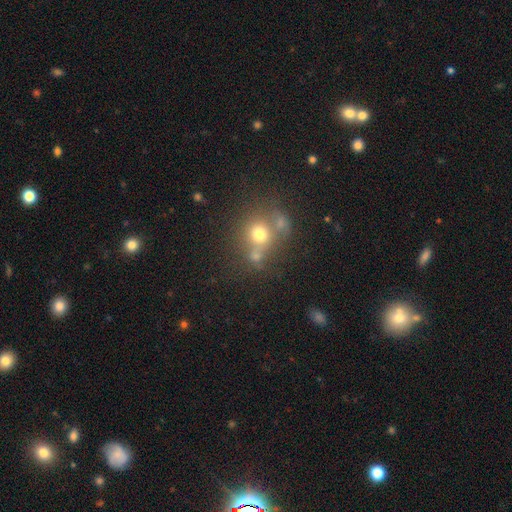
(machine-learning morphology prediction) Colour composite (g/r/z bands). It shows a smooth galaxy with no disk features (65%) that is round (81%). Merging: none (50%).